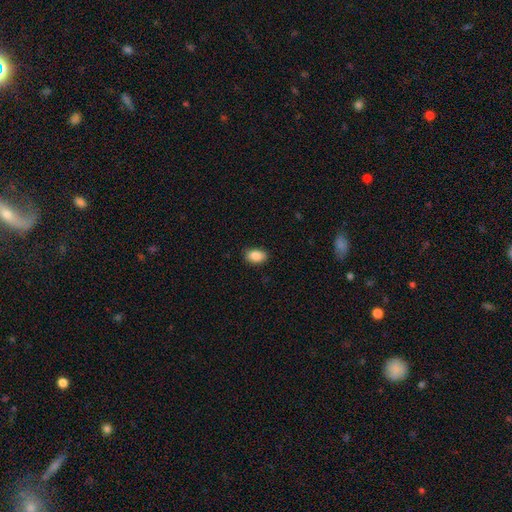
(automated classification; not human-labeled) smooth_or_featured: smooth (p=0.89) [alt: star or artifact p=0.08]
how_rounded: in between (p=0.87) [alt: round p=0.12]
merging: none (p=0.86) [alt: minor disturbance p=0.11]